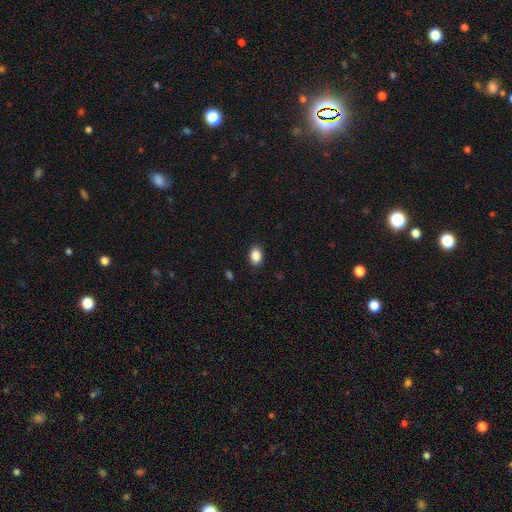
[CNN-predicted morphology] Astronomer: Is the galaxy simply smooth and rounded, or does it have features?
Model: smooth — 88%.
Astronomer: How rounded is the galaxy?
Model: in between — 76%.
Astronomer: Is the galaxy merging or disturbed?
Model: none — 89%.